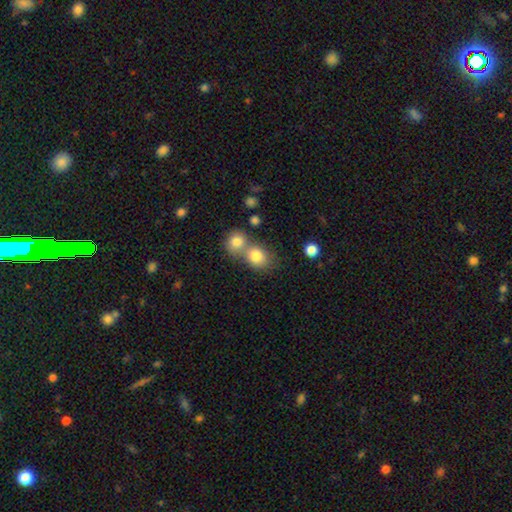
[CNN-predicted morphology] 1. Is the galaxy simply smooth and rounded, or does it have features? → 80% smooth, 11% star or artifact, 9% featured or disk.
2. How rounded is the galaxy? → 67% round, 32% in between, 1% cigar-shaped.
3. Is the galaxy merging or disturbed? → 50% merger, 39% none, 8% minor disturbance, 3% major disturbance.